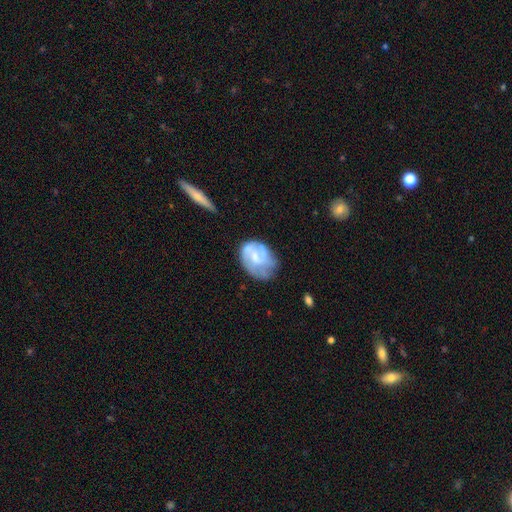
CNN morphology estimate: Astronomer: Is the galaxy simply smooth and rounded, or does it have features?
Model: featured or disk — 53% (runner-up: smooth, 39%).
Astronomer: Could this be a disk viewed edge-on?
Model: no — 97%.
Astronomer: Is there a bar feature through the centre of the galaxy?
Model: no — 58% (runner-up: weak, 34%).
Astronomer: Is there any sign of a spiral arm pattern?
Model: yes — 58% (runner-up: no, 42%).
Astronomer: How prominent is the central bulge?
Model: none — 35% (runner-up: small, 32%).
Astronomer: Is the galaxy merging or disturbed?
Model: none — 45% (runner-up: minor disturbance, 31%).